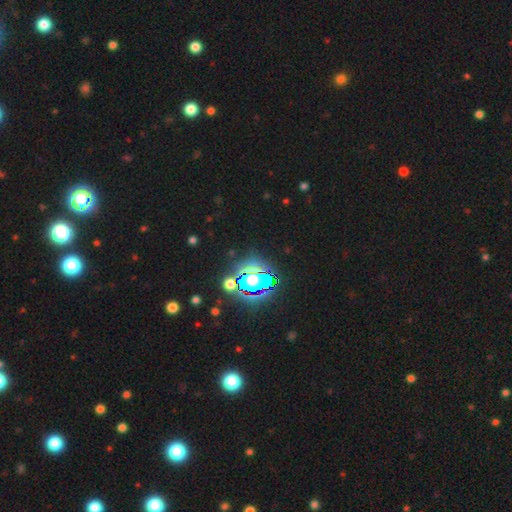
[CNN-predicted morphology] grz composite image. It shows a star or artifact, not a galaxy (78%).